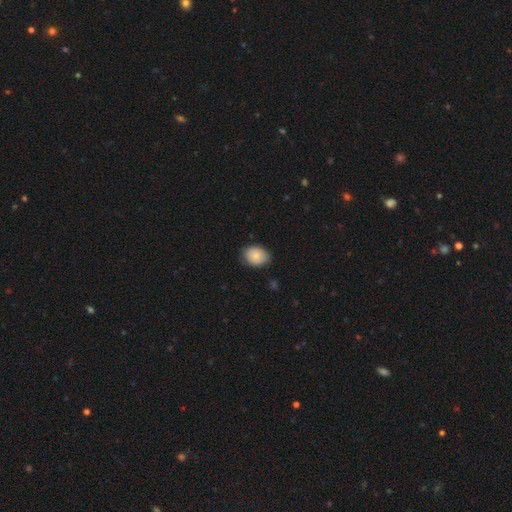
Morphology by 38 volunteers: Q: Smooth or featured?
A: smooth (89%); runner-up: featured or disk (8%)
Q: How rounded?
A: in between (62%); runner-up: round (38%)
Q: Merging?
A: none (73%); runner-up: minor disturbance (22%)